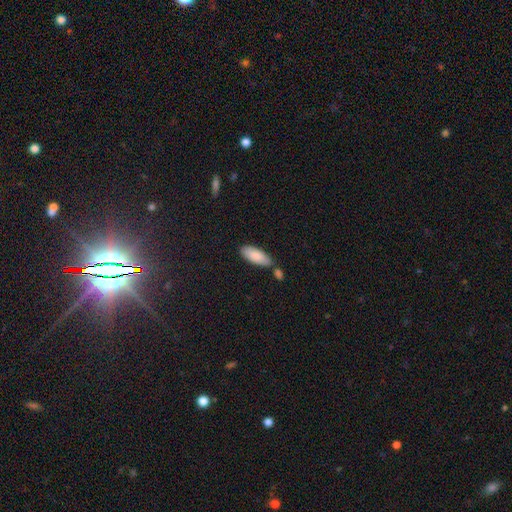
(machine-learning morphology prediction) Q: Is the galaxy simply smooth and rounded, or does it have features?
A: smooth — 86%.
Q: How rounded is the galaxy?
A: in between — 77%.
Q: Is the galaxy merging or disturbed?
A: none — 62%.